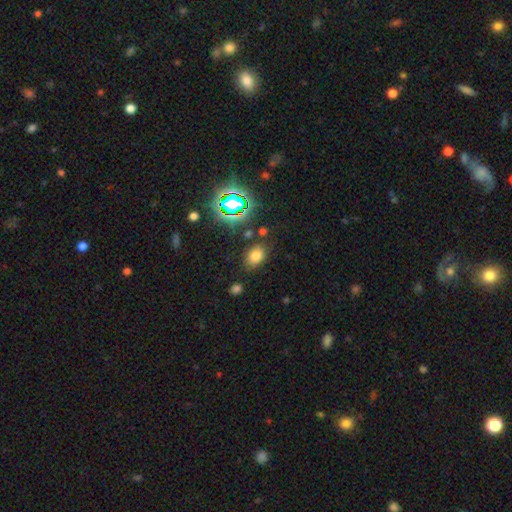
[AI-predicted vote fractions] smooth 71%, star or artifact 20%, featured or disk 9%. Down the decision tree: how rounded — in between (74%); merging — none (79%).